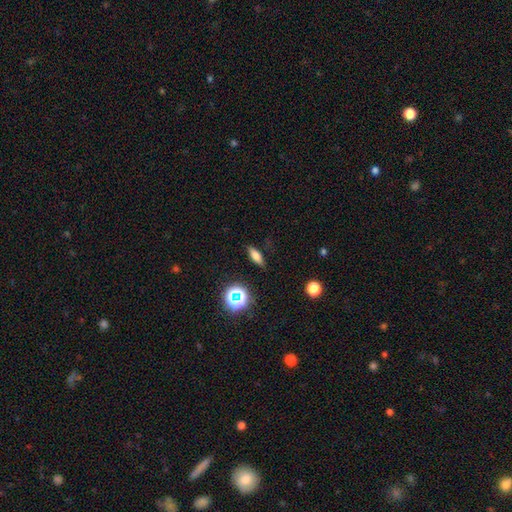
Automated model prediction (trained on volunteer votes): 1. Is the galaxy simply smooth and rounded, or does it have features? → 69% smooth, 16% featured or disk, 15% star or artifact.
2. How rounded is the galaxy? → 57% in between, 36% cigar-shaped, 7% round.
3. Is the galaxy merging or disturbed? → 86% none, 10% minor disturbance, 3% major disturbance, 1% merger.